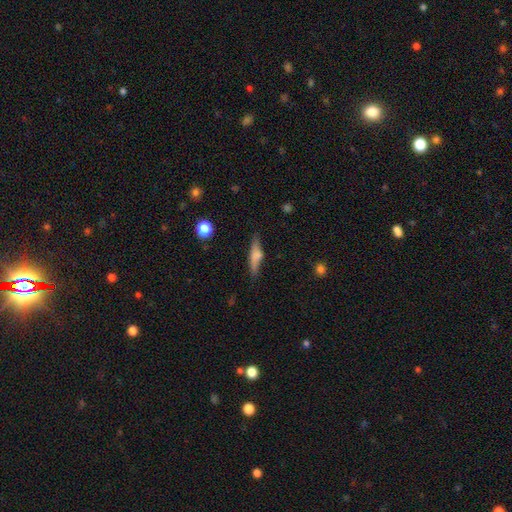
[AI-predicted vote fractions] A smooth galaxy with no disk features (56%) that is cigar-shaped (73%). Merging: none (74%).